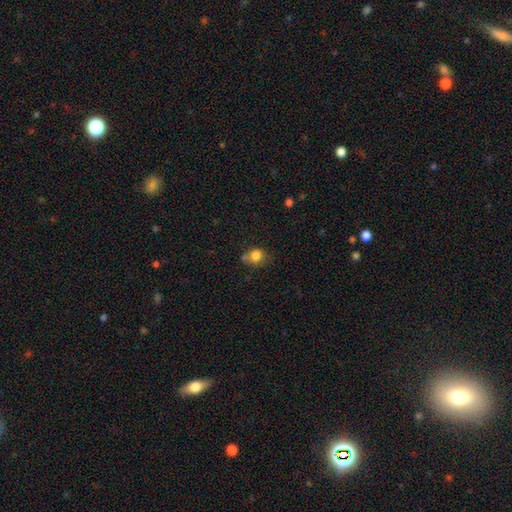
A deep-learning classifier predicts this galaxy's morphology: Smooth or featured?
  - smooth: 82% *
  - star or artifact: 10%
  - featured or disk: 7%
How rounded?
  - round: 72% *
  - in between: 27%
  - cigar-shaped: 1%
Merging?
  - none: 55% *
  - minor disturbance: 22%
  - merger: 16%
  - major disturbance: 7%